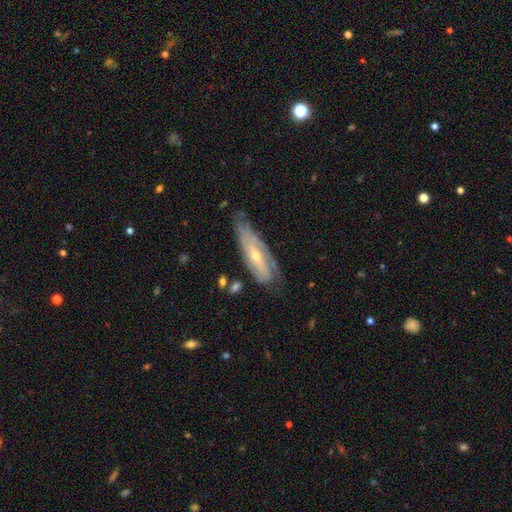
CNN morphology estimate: This appears to be a featured or disk galaxy (72%) with no bar (55%), spiral arms (83%) and a small central bulge (53%). Merging: none (60%).